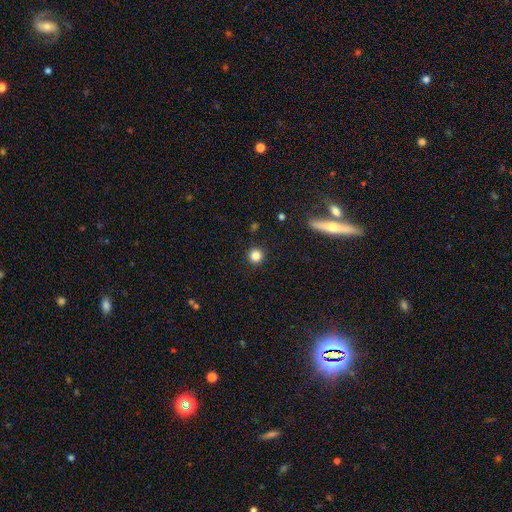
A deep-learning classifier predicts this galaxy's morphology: smooth_or_featured: smooth (p=0.83) [alt: star or artifact p=0.12]
how_rounded: round (p=0.95) [alt: in between p=0.04]
merging: none (p=0.91) [alt: minor disturbance p=0.06]